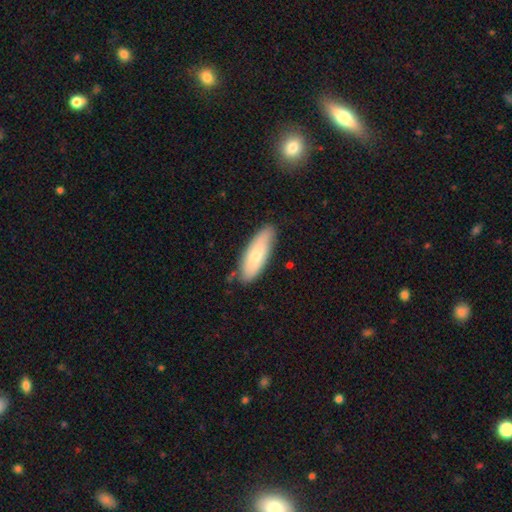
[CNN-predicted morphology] smooth_or_featured: smooth (p=0.71) [alt: featured or disk p=0.23]
how_rounded: in between (p=0.57) [alt: cigar-shaped p=0.42]
merging: none (p=0.81) [alt: minor disturbance p=0.14]